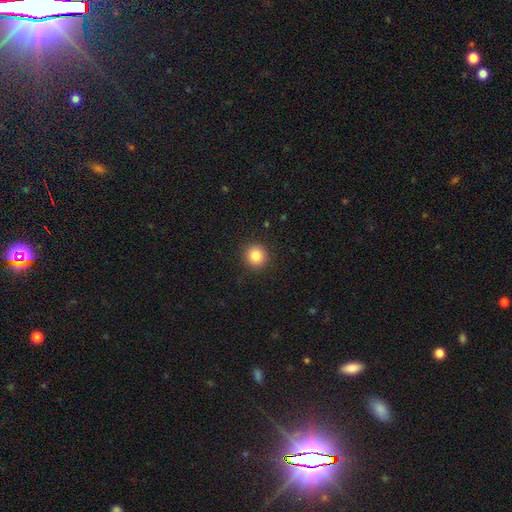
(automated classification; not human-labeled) Q: Smooth or featured?
A: smooth (85%); runner-up: star or artifact (10%)
Q: How rounded?
A: round (92%); runner-up: in between (7%)
Q: Merging?
A: none (92%); runner-up: minor disturbance (5%)